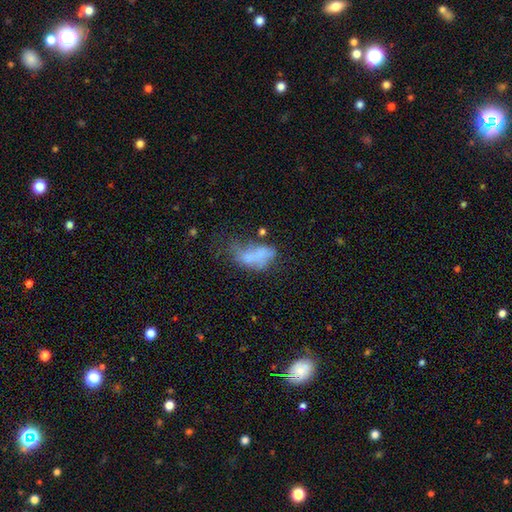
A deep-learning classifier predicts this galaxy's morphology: smooth 48%, featured or disk 38%, star or artifact 13%. Down the decision tree: merging — major disturbance (40%).